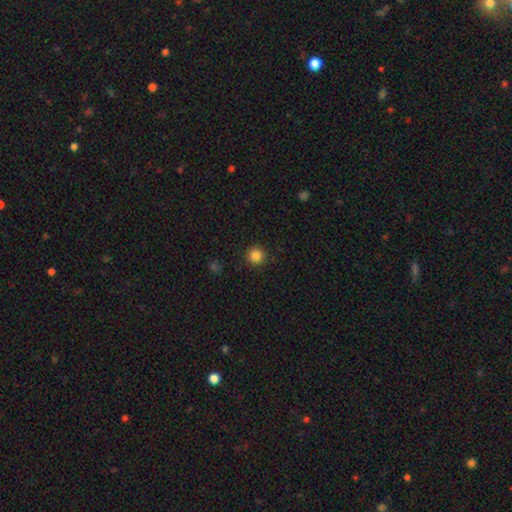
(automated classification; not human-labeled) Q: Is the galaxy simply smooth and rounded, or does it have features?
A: smooth — 85%.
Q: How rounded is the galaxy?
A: round — 96%.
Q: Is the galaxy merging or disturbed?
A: none — 92%.